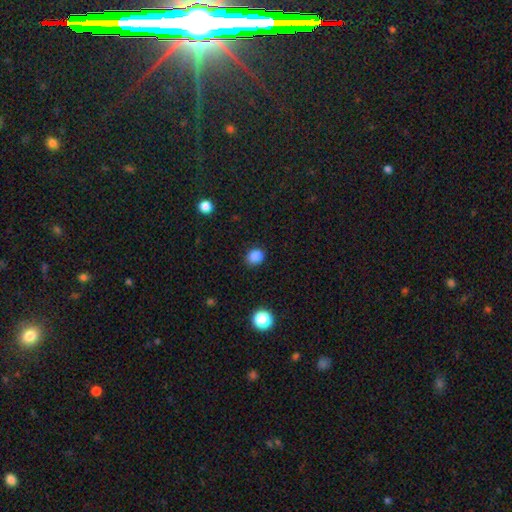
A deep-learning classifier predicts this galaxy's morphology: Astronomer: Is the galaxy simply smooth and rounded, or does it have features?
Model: smooth — 85%.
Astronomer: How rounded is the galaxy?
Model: round — 57% (runner-up: in between, 42%).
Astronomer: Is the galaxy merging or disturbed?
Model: none — 83%.